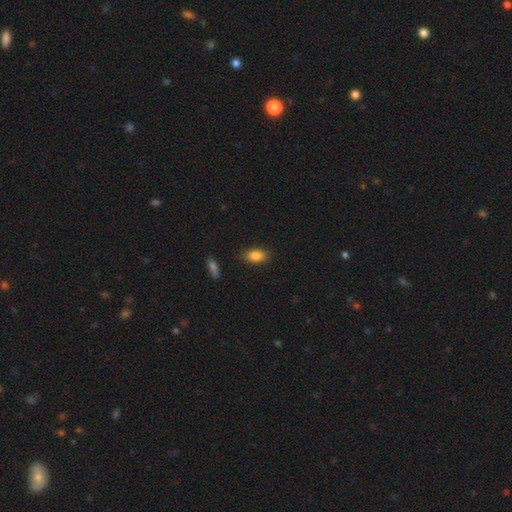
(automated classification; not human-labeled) Smooth or featured? smooth (86%)
How rounded? in between (89%)
Merging? none (85%)